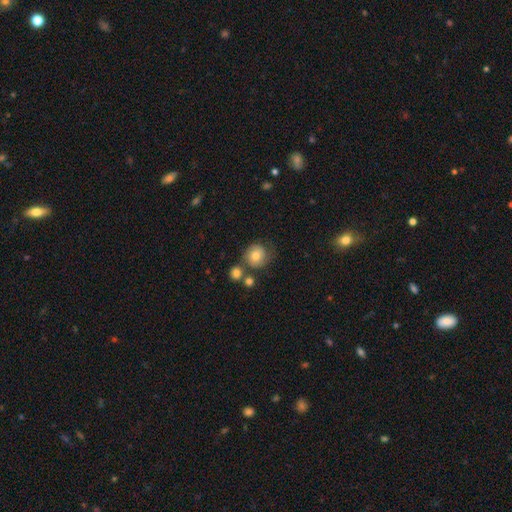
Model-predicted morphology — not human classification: smooth-or-featured: smooth: 67% | featured or disk: 23% | star or artifact: 9%
  how-rounded: round: 88% | in between: 12% | cigar-shaped: 1%
  merging: none: 60% | minor disturbance: 19% | merger: 12% | major disturbance: 9%